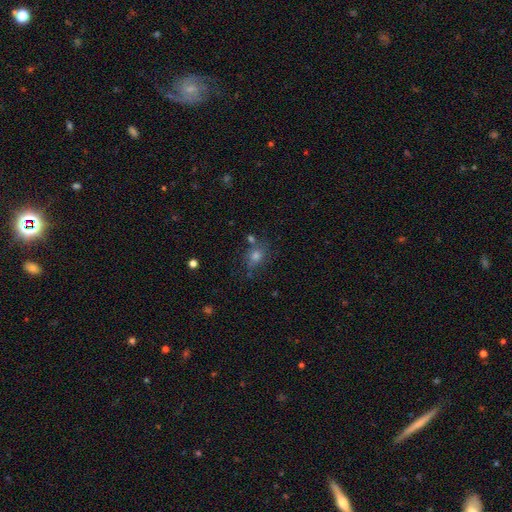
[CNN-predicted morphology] Q: Smooth or featured?
A: smooth (66%); runner-up: star or artifact (22%)
Q: How rounded?
A: round (64%); runner-up: in between (35%)
Q: Merging?
A: none (71%); runner-up: minor disturbance (15%)